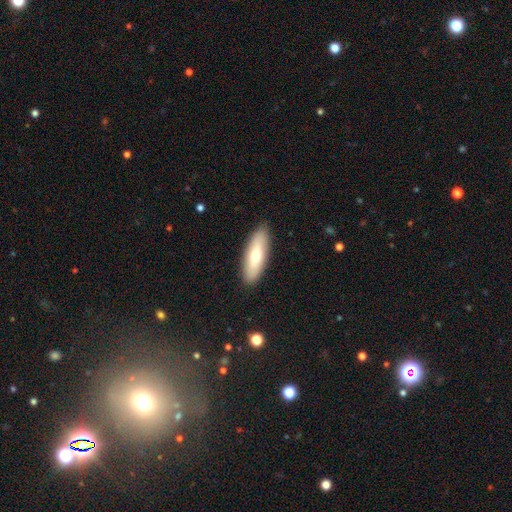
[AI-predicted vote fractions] The model was most divided on "how rounded": in between: 57%, cigar-shaped: 41%, round: 2%. More confident: merging — none (89%); smooth or featured — smooth (68%).